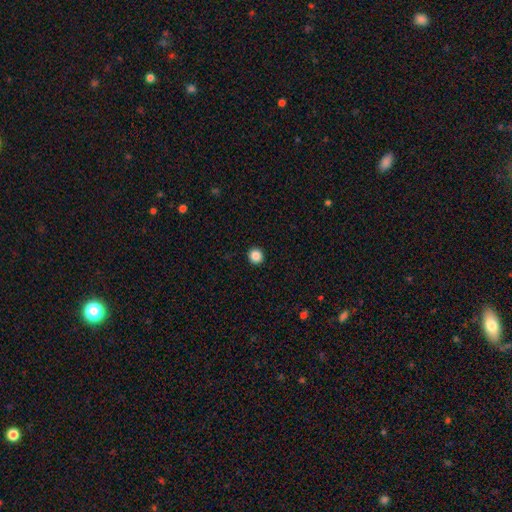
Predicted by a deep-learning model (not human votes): Smooth or featured: smooth — 88% (star or artifact — 10%)
How rounded: round — 94% (in between — 5%)
Merging: none — 94% (minor disturbance — 4%)